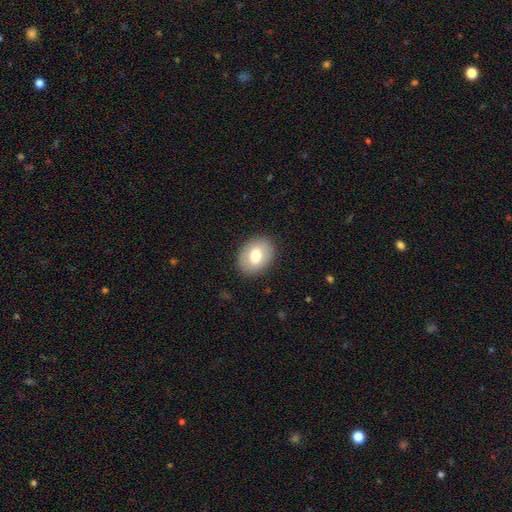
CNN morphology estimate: The model was most divided on "how rounded": in between: 69%, round: 30%, cigar-shaped: 1%. More confident: merging — none (87%); smooth or featured — smooth (73%).